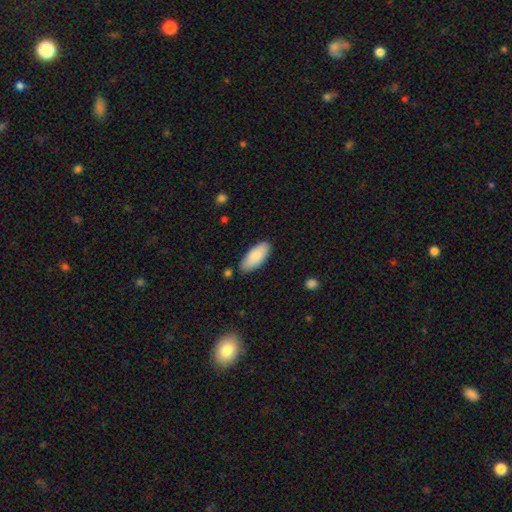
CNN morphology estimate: Q: Smooth or featured?
A: smooth (86%); runner-up: featured or disk (8%)
Q: How rounded?
A: in between (86%); runner-up: cigar-shaped (12%)
Q: Merging?
A: none (83%); runner-up: minor disturbance (12%)